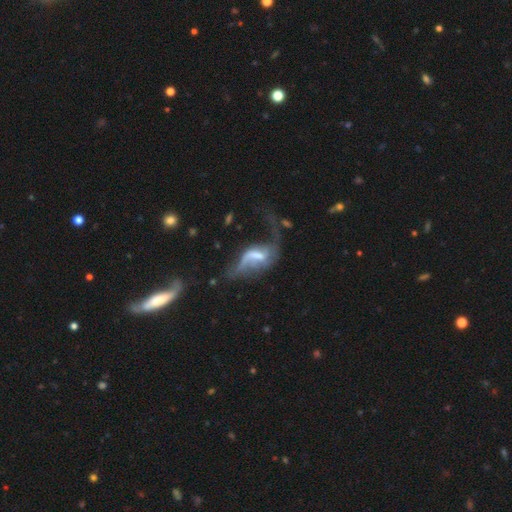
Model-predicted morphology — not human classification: Q: Smooth or featured?
A: featured or disk (76%); runner-up: smooth (16%)
Q: Edge-on disk?
A: no (93%); runner-up: yes (7%)
Q: Bar?
A: weak (47%); runner-up: strong (30%)
Q: Spiral arms?
A: yes (85%); runner-up: no (15%)
Q: Spiral winding?
A: loose (81%); runner-up: medium (15%)
Q: Spiral arm count?
A: 2 (71%); runner-up: 1 (18%)
Q: Bulge size?
A: small (35%); runner-up: moderate (32%)
Q: Merging?
A: major disturbance (42%); runner-up: none (28%)